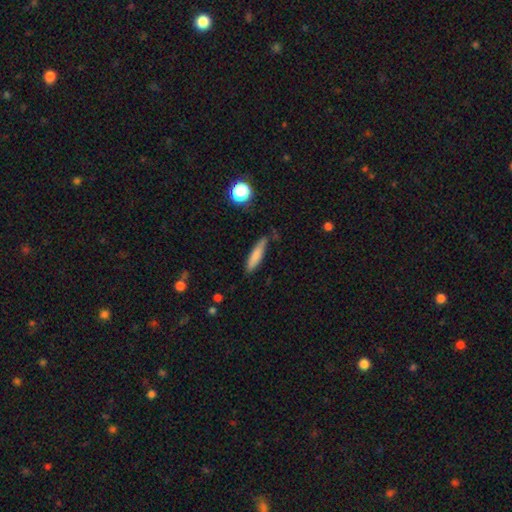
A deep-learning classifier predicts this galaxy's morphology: Smooth or featured? smooth (78%)
How rounded? cigar-shaped (80%)
Merging? none (72%)